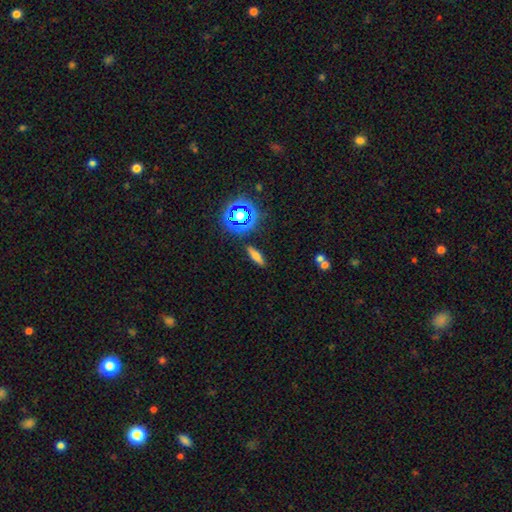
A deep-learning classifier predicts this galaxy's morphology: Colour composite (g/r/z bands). It shows a smooth galaxy with no disk features (62%) that is cigar-shaped (52%). Merging: none (87%).